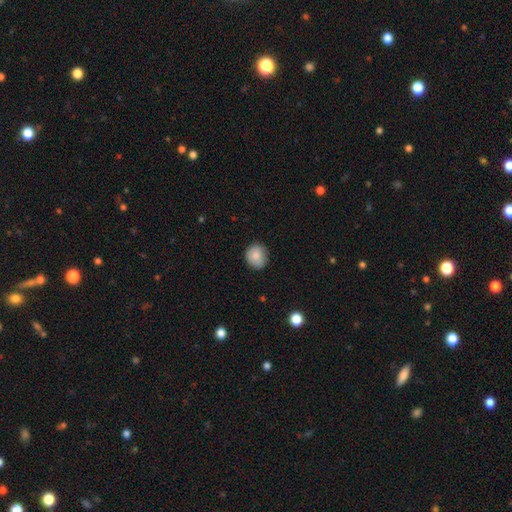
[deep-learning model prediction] A smooth galaxy with no disk features (83%) that is round (80%). Merging: none (80%).